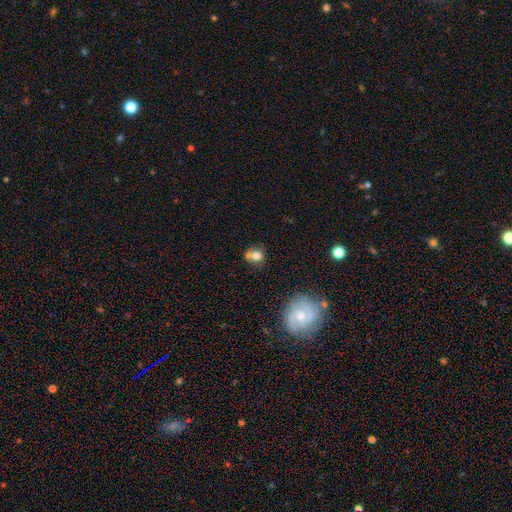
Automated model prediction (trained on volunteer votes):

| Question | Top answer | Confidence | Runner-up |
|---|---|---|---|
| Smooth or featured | smooth | 74% | featured or disk (15%) |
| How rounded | round | 69% | in between (29%) |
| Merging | none | 42% | merger (39%) |